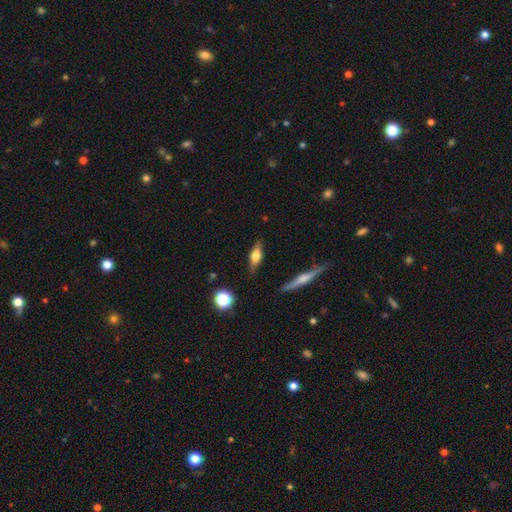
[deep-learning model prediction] This appears to be a smooth galaxy with no disk features (48%). Merging: none (82%).